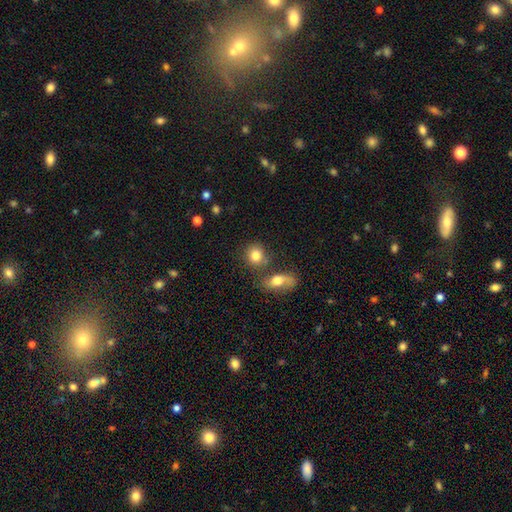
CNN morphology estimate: The model was most divided on "merging": none: 66%, merger: 19%, minor disturbance: 11%, major disturbance: 4%. More confident: smooth or featured — smooth (81%); how rounded — round (77%).